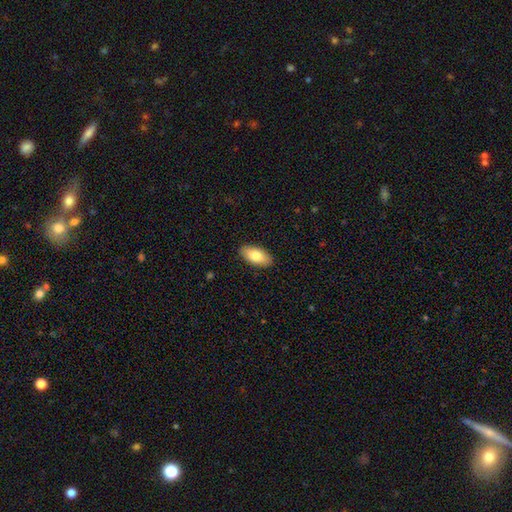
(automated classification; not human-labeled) smooth 80%, featured or disk 14%, star or artifact 6%. Down the decision tree: how rounded — in between (92%); merging — none (89%).